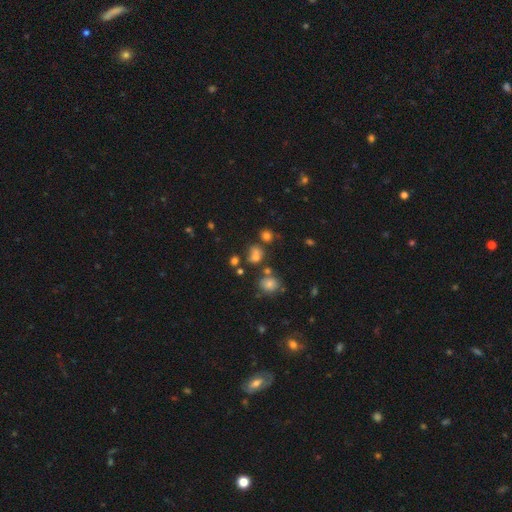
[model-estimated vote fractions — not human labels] A smooth galaxy with no disk features (59%) that is round (64%). Merging: none (60%).